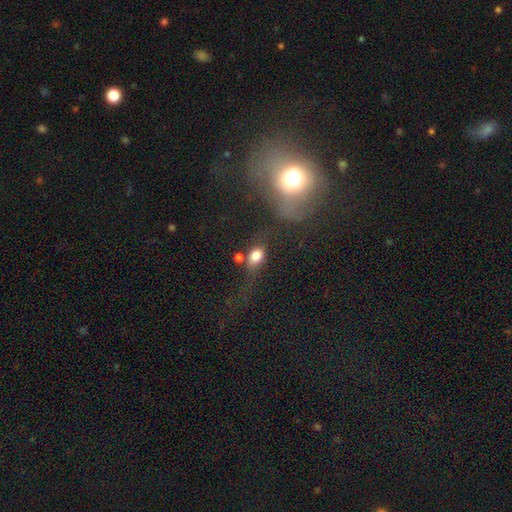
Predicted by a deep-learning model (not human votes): Smooth or featured: smooth — 76% (featured or disk — 13%)
How rounded: in between — 72% (round — 24%)
Merging: none — 49% (minor disturbance — 20%)